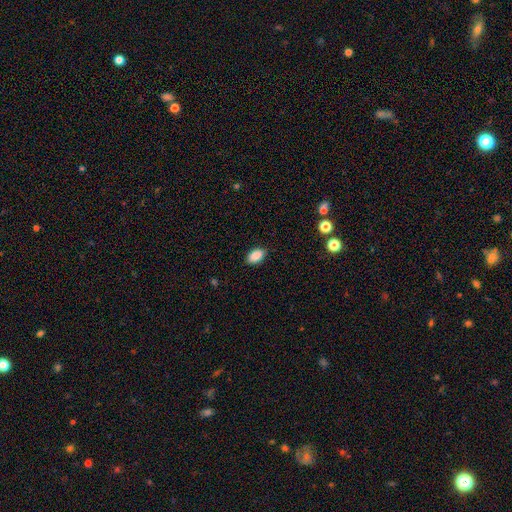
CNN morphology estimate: The model was most divided on "merging": none: 88%, minor disturbance: 9%, major disturbance: 2%, merger: 1%. More confident: how rounded — in between (92%); smooth or featured — smooth (89%).